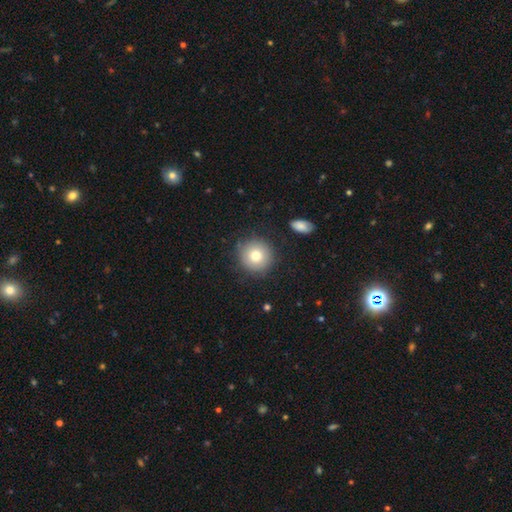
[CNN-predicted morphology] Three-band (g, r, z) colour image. It shows a smooth galaxy with no disk features (76%) that is round (93%). Merging: none (85%).